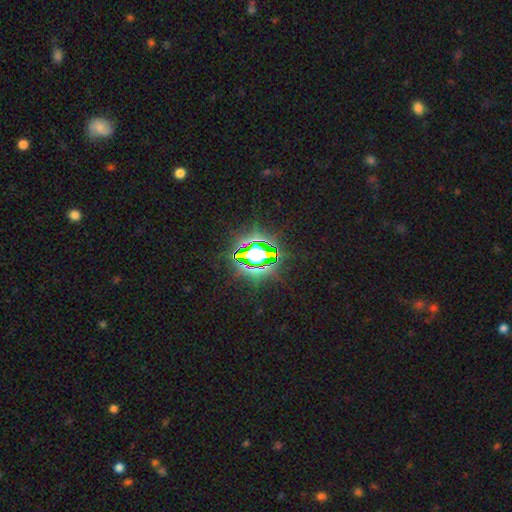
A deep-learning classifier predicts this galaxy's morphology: smooth_or_featured: star or artifact (p=0.77) [alt: smooth p=0.12]